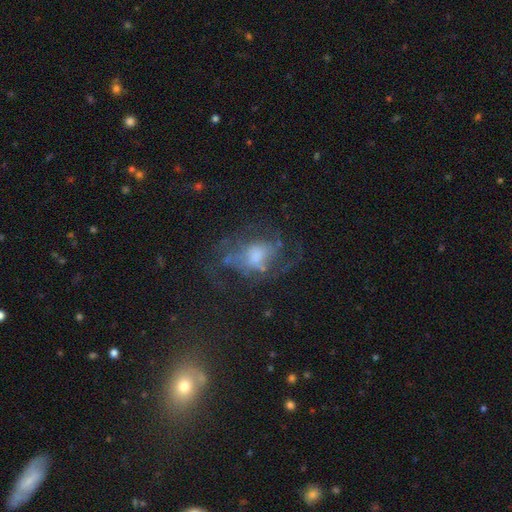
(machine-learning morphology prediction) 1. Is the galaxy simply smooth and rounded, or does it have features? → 67% featured or disk, 19% smooth, 14% star or artifact.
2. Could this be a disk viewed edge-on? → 96% no, 4% yes.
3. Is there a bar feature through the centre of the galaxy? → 65% no, 28% weak, 7% strong.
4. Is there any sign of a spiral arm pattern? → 70% yes, 30% no.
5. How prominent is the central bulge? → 45% moderate, 25% small, 18% large, 10% none, 2% dominant.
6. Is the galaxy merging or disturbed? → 50% none, 30% major disturbance, 18% minor disturbance, 2% merger.